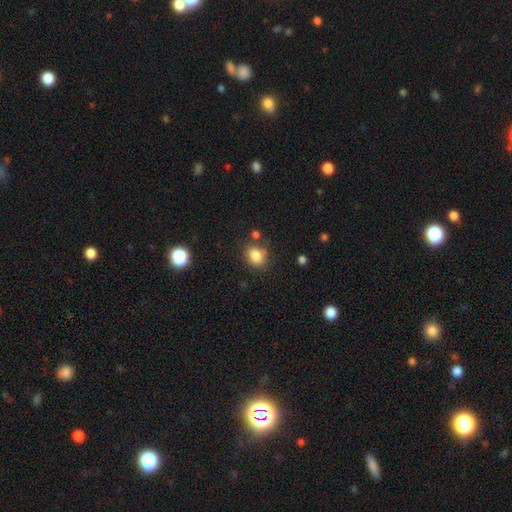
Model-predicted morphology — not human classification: Q: Smooth or featured?
A: smooth (83%); runner-up: star or artifact (11%)
Q: How rounded?
A: round (50%); runner-up: in between (49%)
Q: Merging?
A: none (73%); runner-up: minor disturbance (15%)